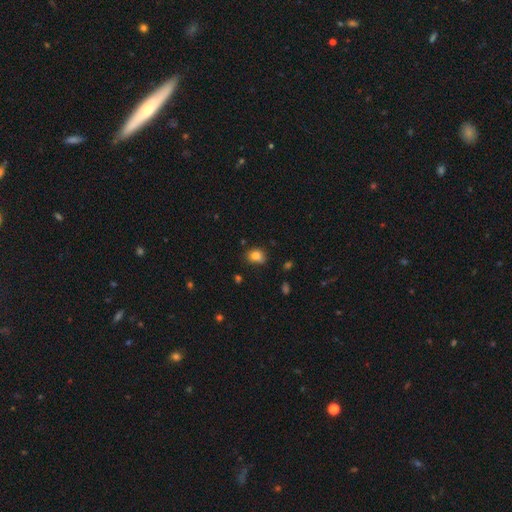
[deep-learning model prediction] Overall: smooth (82%). How rounded: in between (51%; round 48%). Merging: none (69%).